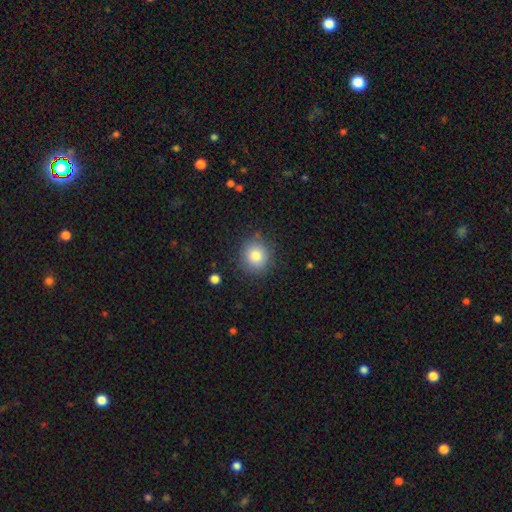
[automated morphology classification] This is clearly a smooth galaxy (81%). How rounded: clearly round (87%). Merging: clearly none (86%).